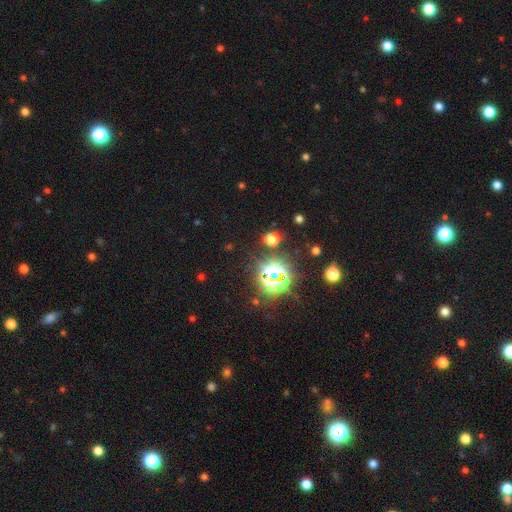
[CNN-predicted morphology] This appears to be a star or artifact, not a galaxy (82%).